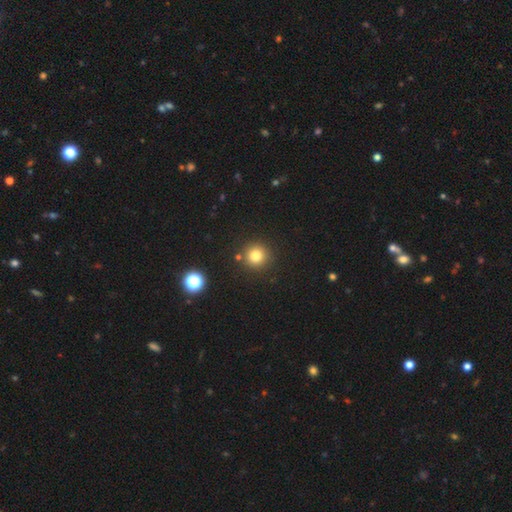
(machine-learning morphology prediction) type=smooth (80%); roundness=round (94%); merging=none (87%).